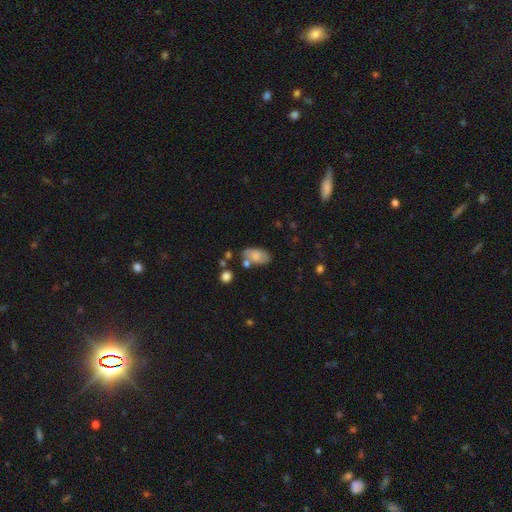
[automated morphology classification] The model was most divided on "merging": none: 61%, minor disturbance: 20%, merger: 13%, major disturbance: 6%. More confident: how rounded — in between (93%); smooth or featured — smooth (76%).